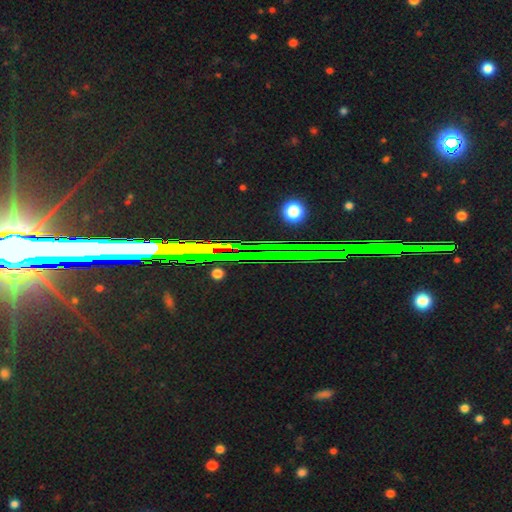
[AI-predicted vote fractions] Overall: star or artifact (80%).